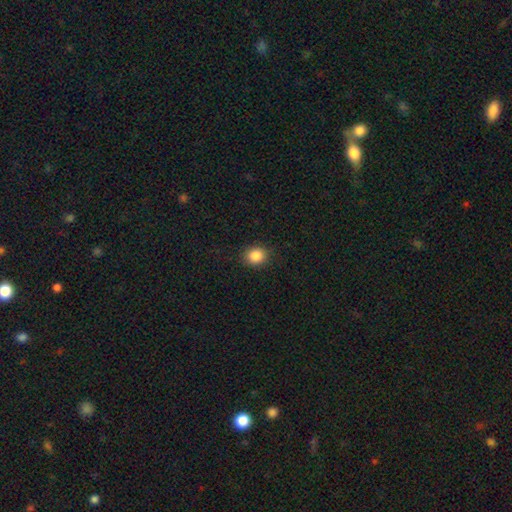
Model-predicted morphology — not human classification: A smooth galaxy with no disk features (86%) that is round (70%). Merging: none (89%).